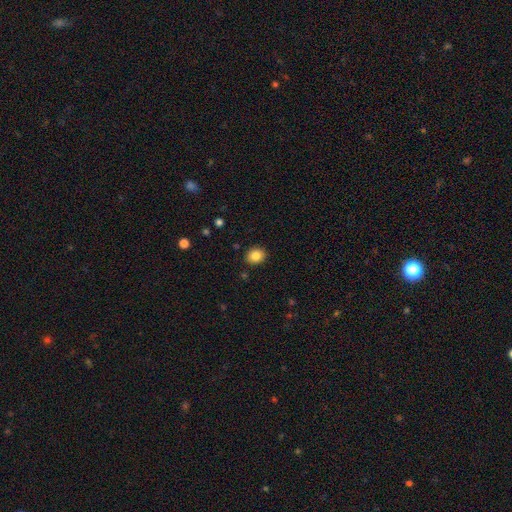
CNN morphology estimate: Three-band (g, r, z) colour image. It shows a smooth galaxy with no disk features (85%) that is round (56%). Merging: none (89%).